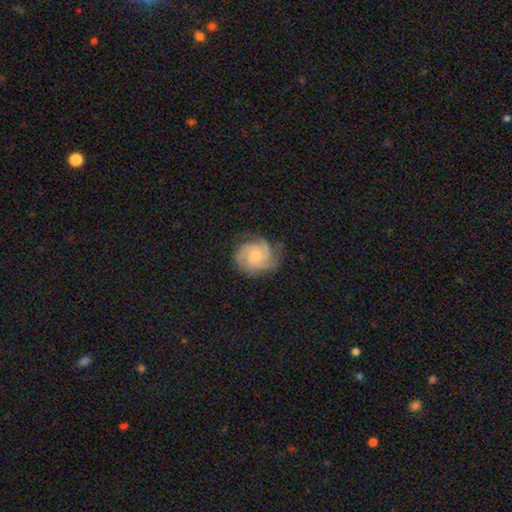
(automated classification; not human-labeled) Smooth or featured?
  - featured or disk: 82% *
  - smooth: 13%
  - star or artifact: 6%
Edge-on disk?
  - no: 98% *
  - yes: 2%
Bar?
  - no: 74% *
  - weak: 23%
  - strong: 3%
Spiral arms?
  - yes: 97% *
  - no: 3%
Spiral winding?
  - tight: 59% *
  - medium: 35%
  - loose: 6%
Spiral arm count?
  - 3: 48% *
  - 4: 16%
  - can't tell: 14%
  - 2: 12%
  - more than 4: 5%
  - 1: 5%
Bulge size?
  - small: 49% *
  - moderate: 43%
  - none: 4%
  - large: 3%
  - dominant: 1%
Merging?
  - none: 76% *
  - minor disturbance: 18%
  - major disturbance: 6%
  - merger: 1%